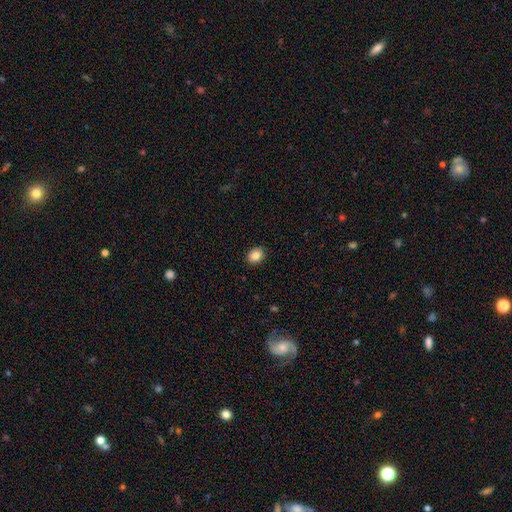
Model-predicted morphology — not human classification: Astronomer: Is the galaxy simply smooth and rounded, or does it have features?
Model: smooth — 85%.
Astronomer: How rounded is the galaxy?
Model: in between — 51% (runner-up: round, 48%).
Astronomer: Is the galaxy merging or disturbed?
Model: none — 91%.